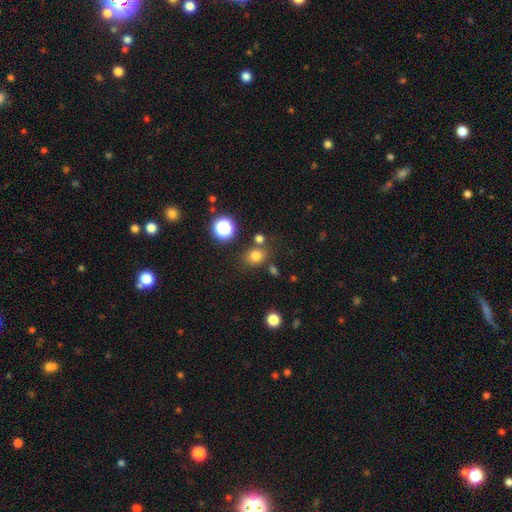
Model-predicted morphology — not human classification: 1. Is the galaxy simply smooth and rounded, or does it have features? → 77% smooth, 17% star or artifact, 6% featured or disk.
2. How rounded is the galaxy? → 61% round, 38% in between, 1% cigar-shaped.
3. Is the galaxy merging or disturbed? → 72% none, 13% minor disturbance, 11% merger, 5% major disturbance.